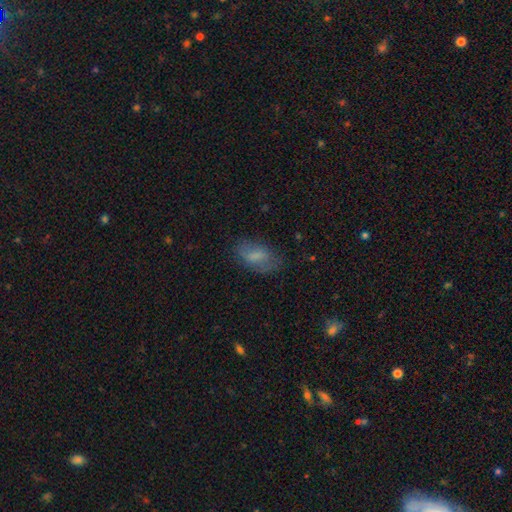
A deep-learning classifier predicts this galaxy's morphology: The model was most divided on "smooth or featured": smooth: 66%, featured or disk: 26%, star or artifact: 9%. More confident: how rounded — in between (90%); merging — none (67%).